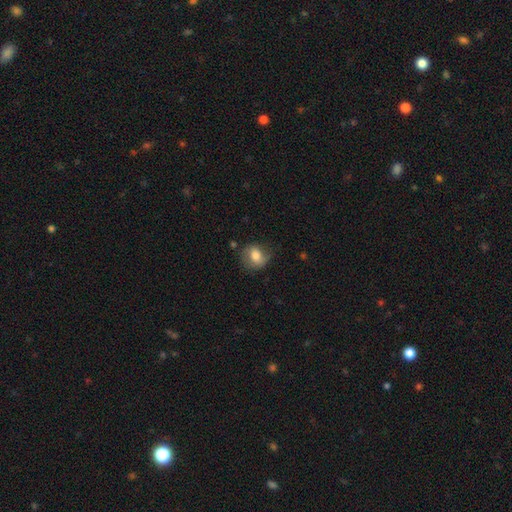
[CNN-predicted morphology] A smooth galaxy with no disk features (66%) that is round (60%). Merging: none (63%).